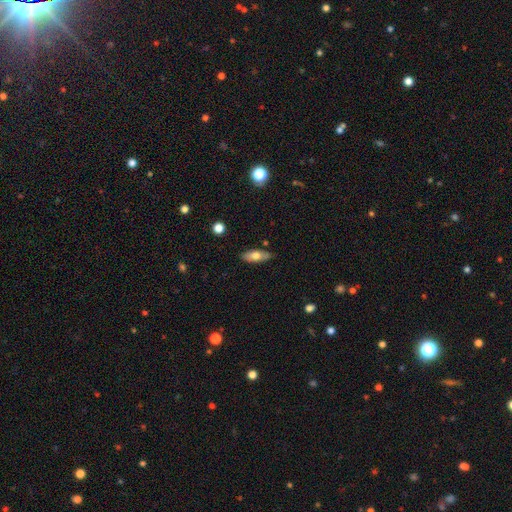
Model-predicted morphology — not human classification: The model was most divided on "smooth or featured": smooth: 67%, featured or disk: 26%, star or artifact: 7%. More confident: merging — none (84%); how rounded — in between (71%).